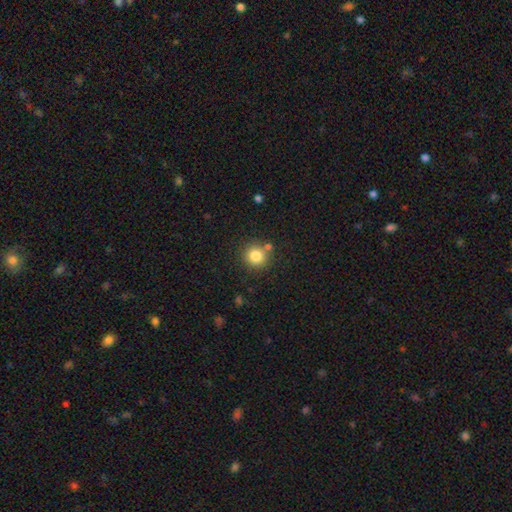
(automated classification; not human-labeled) Overall: smooth (83%). How rounded: round (92%). Merging: none (78%).